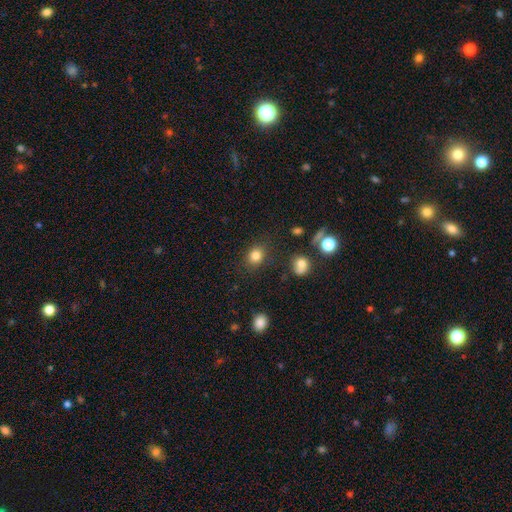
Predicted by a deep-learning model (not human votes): A smooth galaxy with no disk features (82%) that is round (61%). Merging: none (84%).